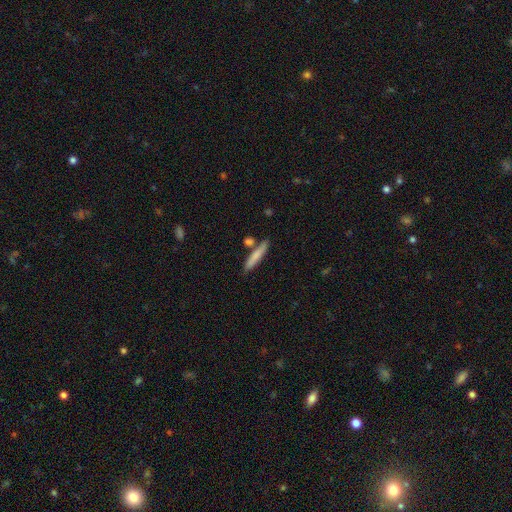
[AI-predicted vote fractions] smooth 77%, featured or disk 18%, star or artifact 6%. Down the decision tree: how rounded — cigar-shaped (88%); merging — none (76%).